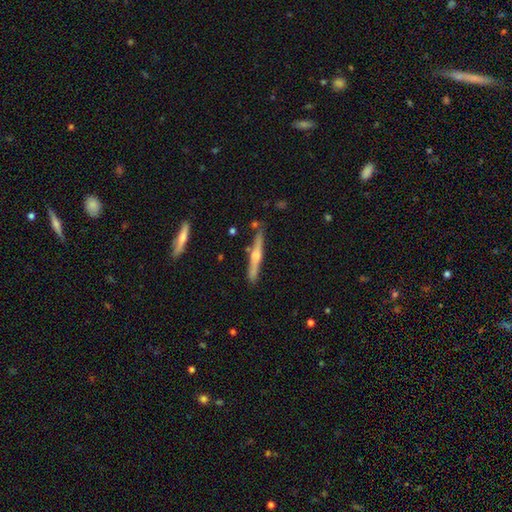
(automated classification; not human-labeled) Overall: featured or disk (68%). Edge-on disk: yes (97%). Edge-on bulge: rounded (81%). Merging: none (84%).